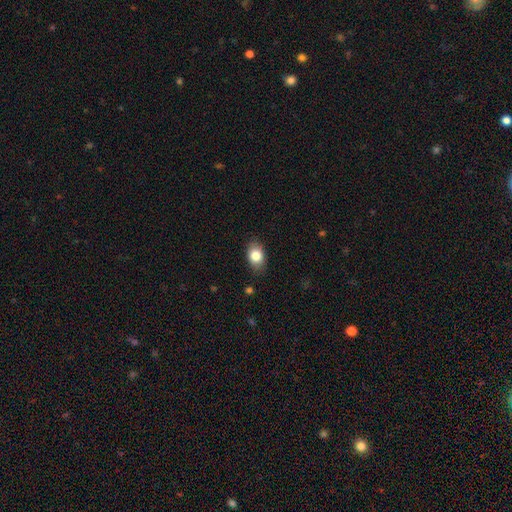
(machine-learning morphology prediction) This is clearly a smooth galaxy (82%). How rounded: clearly in between (80%). Merging: clearly none (84%).